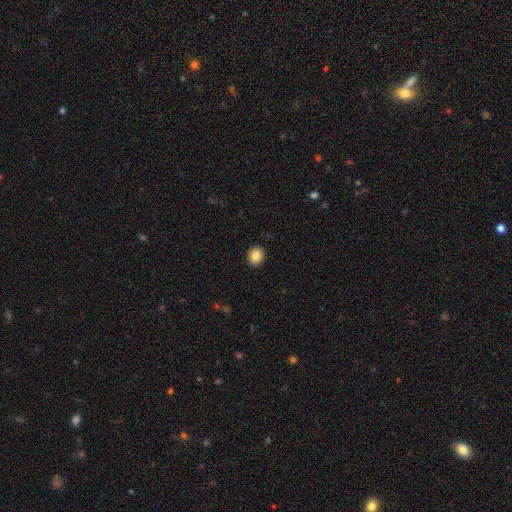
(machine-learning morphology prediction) Q: Smooth or featured?
A: smooth (88%); runner-up: star or artifact (9%)
Q: How rounded?
A: round (63%); runner-up: in between (36%)
Q: Merging?
A: none (91%); runner-up: minor disturbance (6%)